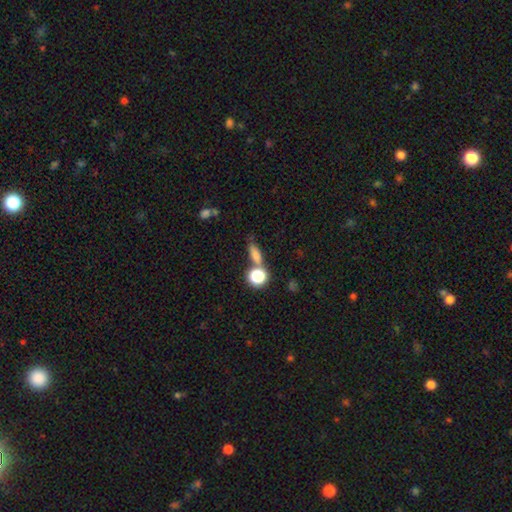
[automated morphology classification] This is likely a smooth galaxy (76%). How rounded: possibly in between (50%). Merging: possibly none (54%).